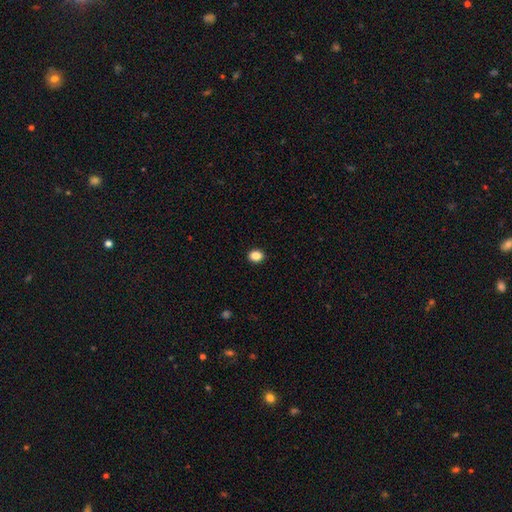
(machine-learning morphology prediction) A smooth galaxy with no disk features (86%) that is round (59%). Merging: none (91%).